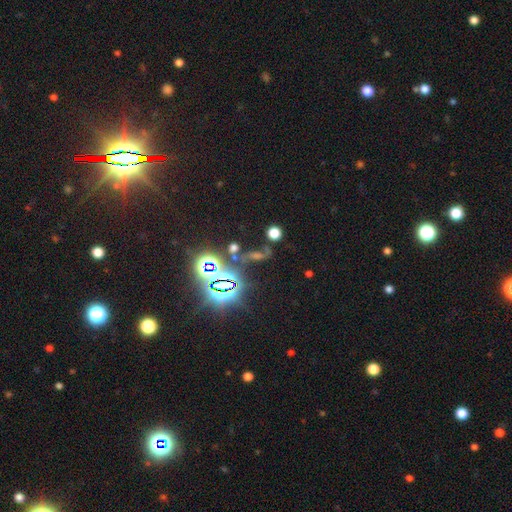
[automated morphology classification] This appears to be a star or artifact, not a galaxy (66%).